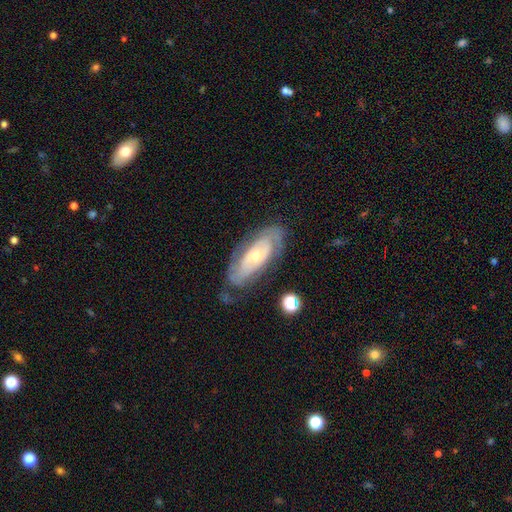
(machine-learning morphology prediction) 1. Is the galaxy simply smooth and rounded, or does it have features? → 74% featured or disk, 20% smooth, 6% star or artifact.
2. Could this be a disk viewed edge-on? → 89% no, 11% yes.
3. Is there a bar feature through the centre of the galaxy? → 74% no, 18% weak, 8% strong.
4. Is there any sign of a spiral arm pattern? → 78% yes, 22% no.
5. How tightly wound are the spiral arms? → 69% tight, 23% medium, 8% loose.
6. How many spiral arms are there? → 47% can't tell, 38% 2, 6% 3, 4% 1, 3% 4, 2% more than 4.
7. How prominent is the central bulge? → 66% small, 30% moderate, 2% large, 1% none, 1% dominant.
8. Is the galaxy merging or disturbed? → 71% none, 19% minor disturbance, 8% major disturbance, 2% merger.